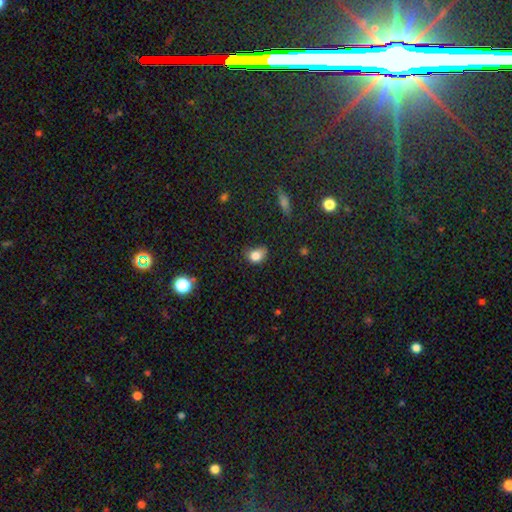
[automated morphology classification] A smooth galaxy with no disk features (81%) that is in between round and cigar-shaped (56%).

Vote fractions:
- Smooth or featured? smooth: 81% / star or artifact: 11% / featured or disk: 8%
- How rounded? in between: 56% / round: 42% / cigar-shaped: 1%
- Merging? none: 47% / minor disturbance: 37% / major disturbance: 12% / merger: 3%